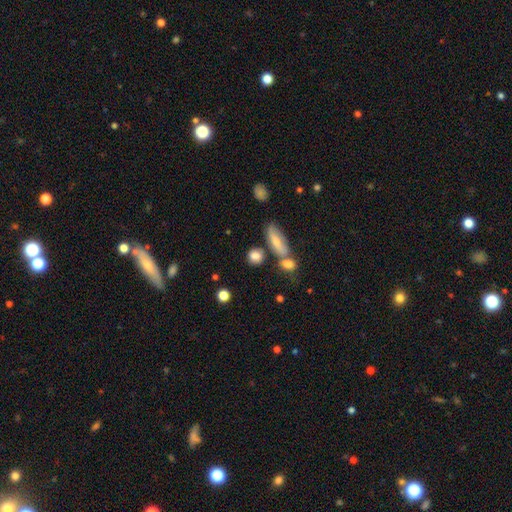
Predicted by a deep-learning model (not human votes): smooth 80%, featured or disk 11%, star or artifact 9%. Down the decision tree: how rounded — round (62%); merging — none (65%).